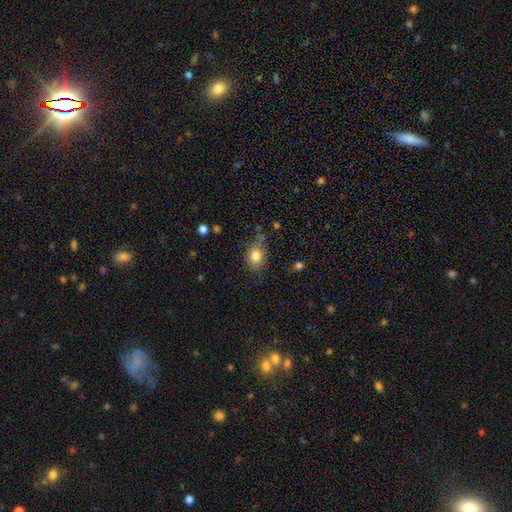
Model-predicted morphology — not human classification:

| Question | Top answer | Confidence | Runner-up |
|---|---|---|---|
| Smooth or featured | smooth | 81% | star or artifact (11%) |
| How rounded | round | 53% | in between (45%) |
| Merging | none | 64% | minor disturbance (25%) |